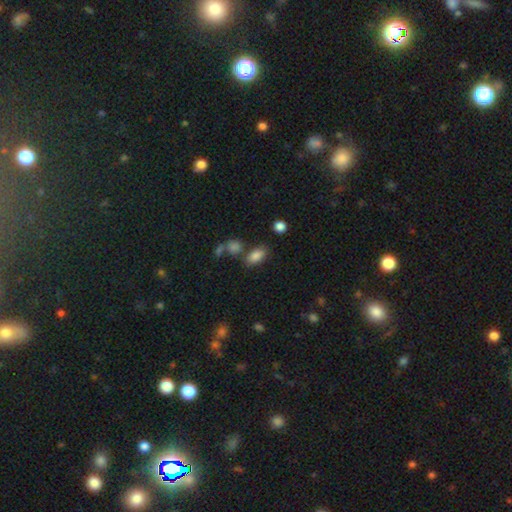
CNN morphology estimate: smooth_or_featured: smooth (p=0.83) [alt: star or artifact p=0.10]
how_rounded: in between (p=0.88) [alt: round p=0.08]
merging: none (p=0.68) [alt: minor disturbance p=0.14]